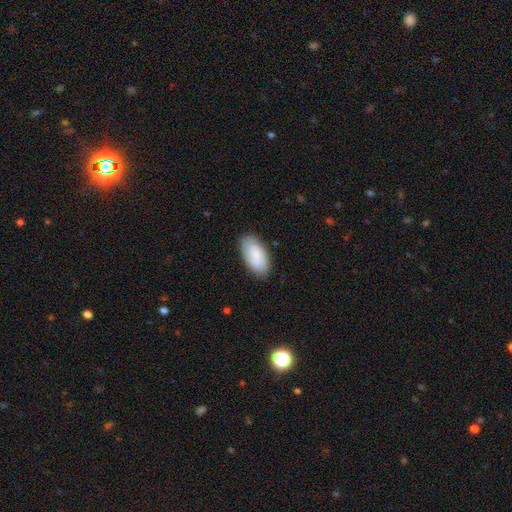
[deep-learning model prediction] Smooth or featured? smooth (82%)
How rounded? in between (94%)
Merging? none (83%)